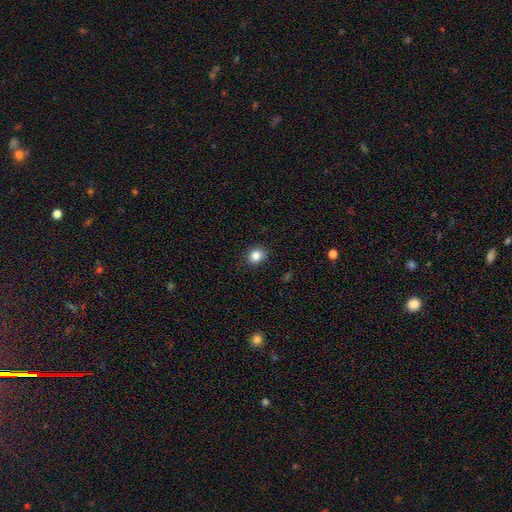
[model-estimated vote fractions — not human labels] This appears to be a smooth galaxy with no disk features (84%) that is round (75%). Merging: none (88%).